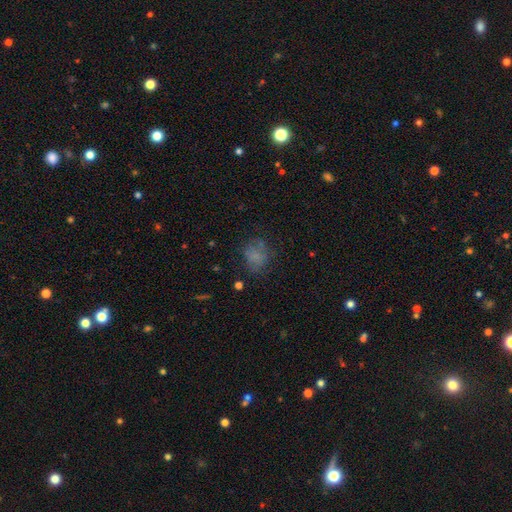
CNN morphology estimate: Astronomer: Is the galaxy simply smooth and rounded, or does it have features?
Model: smooth — 62%.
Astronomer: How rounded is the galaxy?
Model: round — 54% (runner-up: in between, 45%).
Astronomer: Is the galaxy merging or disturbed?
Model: none — 59%.